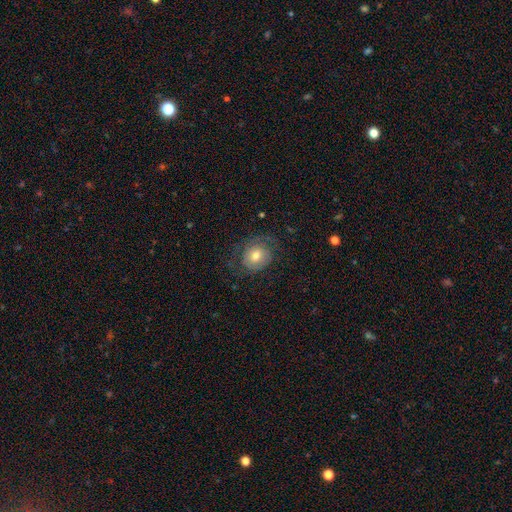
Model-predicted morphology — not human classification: smooth-or-featured: smooth: 53% | featured or disk: 38% | star or artifact: 9%
  how-rounded: round: 70% | in between: 29% | cigar-shaped: 1%
  merging: none: 66% | minor disturbance: 18% | major disturbance: 15% | merger: 1%